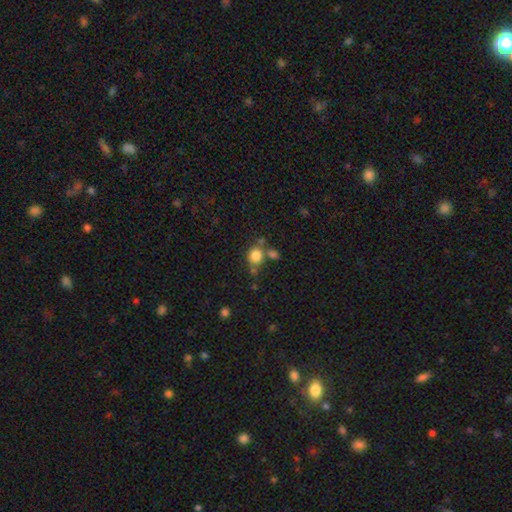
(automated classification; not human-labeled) A smooth galaxy with no disk features (81%) that is round (76%). Merging: none (55%).